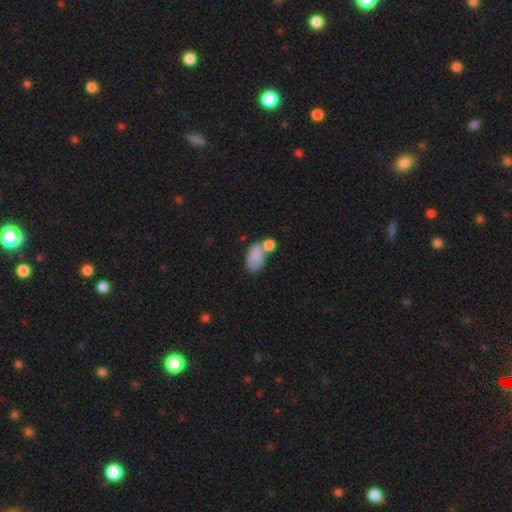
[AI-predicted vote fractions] This appears to be a smooth galaxy with no disk features (80%) that is in between round and cigar-shaped (91%). Merging: merger (41%).